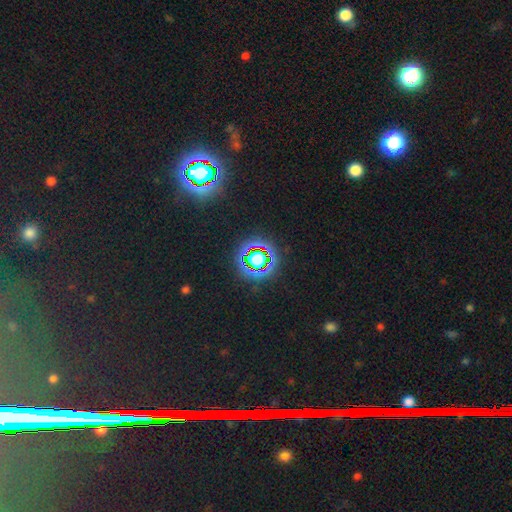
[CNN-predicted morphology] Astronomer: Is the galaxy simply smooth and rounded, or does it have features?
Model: star or artifact — 81%.